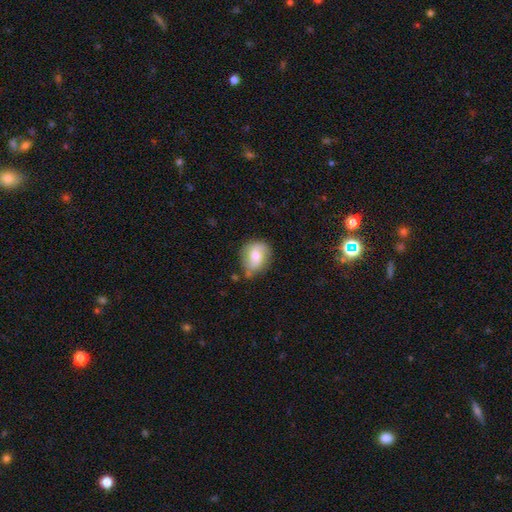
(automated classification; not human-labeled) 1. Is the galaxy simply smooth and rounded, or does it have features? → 52% smooth, 41% featured or disk, 8% star or artifact.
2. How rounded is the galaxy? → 60% round, 39% in between, 1% cigar-shaped.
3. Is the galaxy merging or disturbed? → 66% none, 23% minor disturbance, 6% major disturbance, 4% merger.